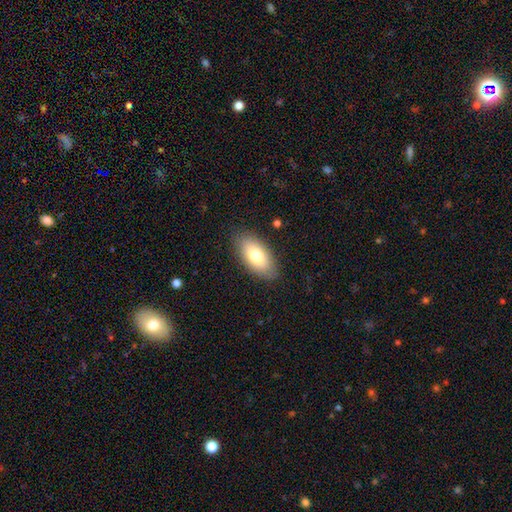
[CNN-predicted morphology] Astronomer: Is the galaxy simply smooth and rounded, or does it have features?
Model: smooth — 76%.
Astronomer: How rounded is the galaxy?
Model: in between — 92%.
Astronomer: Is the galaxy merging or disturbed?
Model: none — 86%.